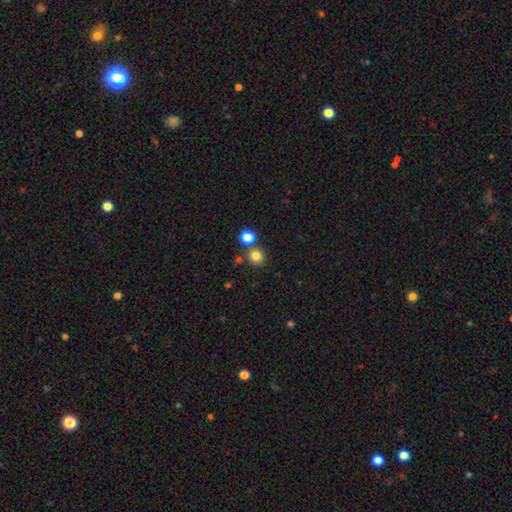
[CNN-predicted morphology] Smooth or featured? Predicted: smooth (p=0.81). How rounded? Predicted: round (p=0.91). Merging? Predicted: none (p=0.77).